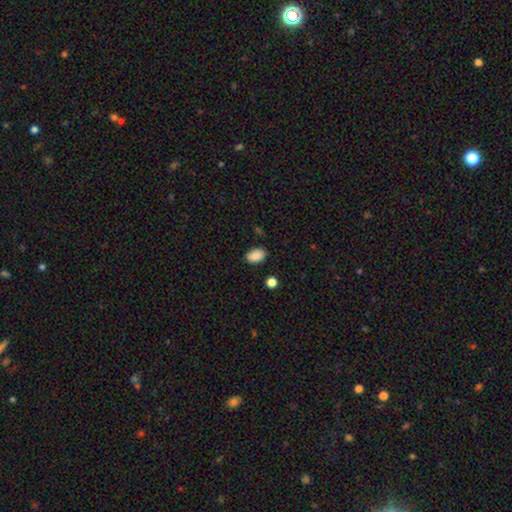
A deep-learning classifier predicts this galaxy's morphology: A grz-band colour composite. It shows a smooth galaxy with no disk features (89%) that is in between round and cigar-shaped (88%). Merging: none (85%).